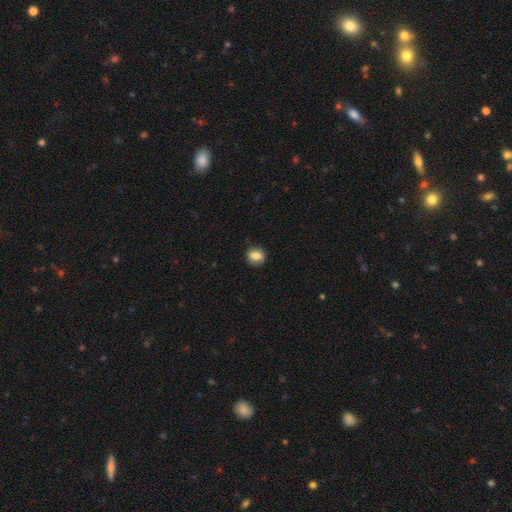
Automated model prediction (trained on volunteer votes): Smooth or featured?
  - smooth: 79% *
  - featured or disk: 12%
  - star or artifact: 8%
How rounded?
  - round: 63% *
  - in between: 36%
  - cigar-shaped: 1%
Merging?
  - none: 84% *
  - minor disturbance: 12%
  - major disturbance: 3%
  - merger: 1%